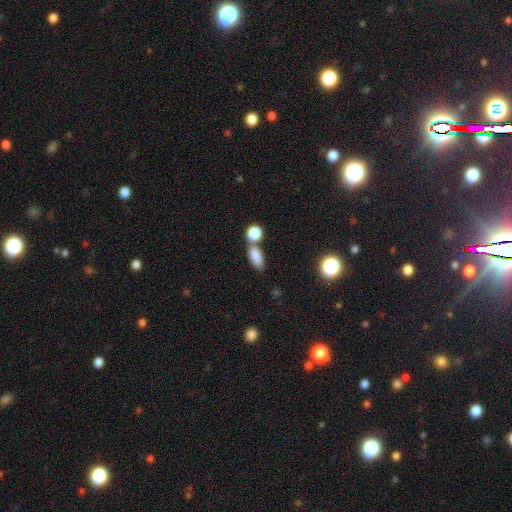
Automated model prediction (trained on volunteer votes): A smooth galaxy with no disk features (82%) that is in between round and cigar-shaped (77%). Merging: none (49%).